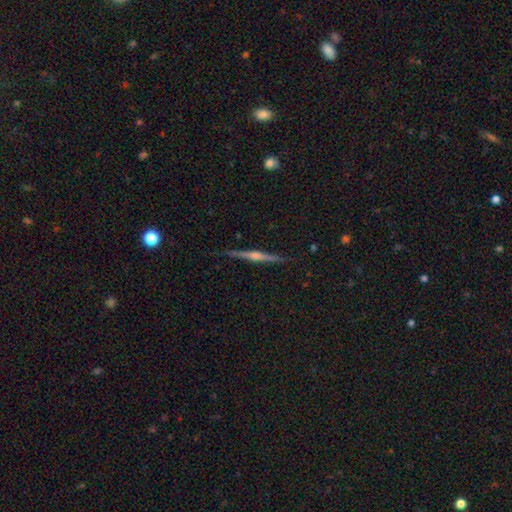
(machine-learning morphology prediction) This is clearly a featured or disk galaxy (81%). It is clearly viewed edge-on (98%). Edge-on bulge: clearly rounded (82%). Merging: clearly none (91%).